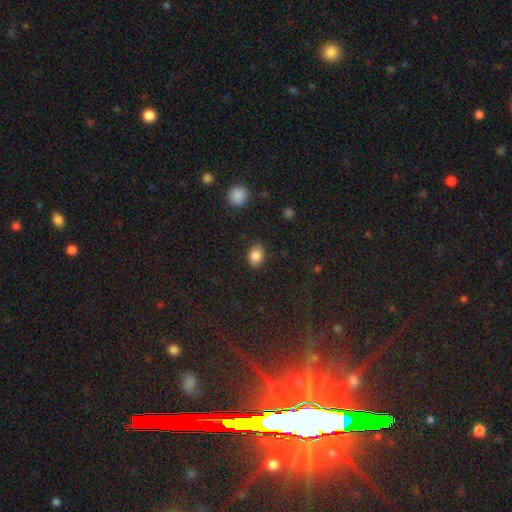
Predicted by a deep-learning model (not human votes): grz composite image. It shows a smooth galaxy with no disk features (85%) that is in between round and cigar-shaped (75%). Merging: none (83%).